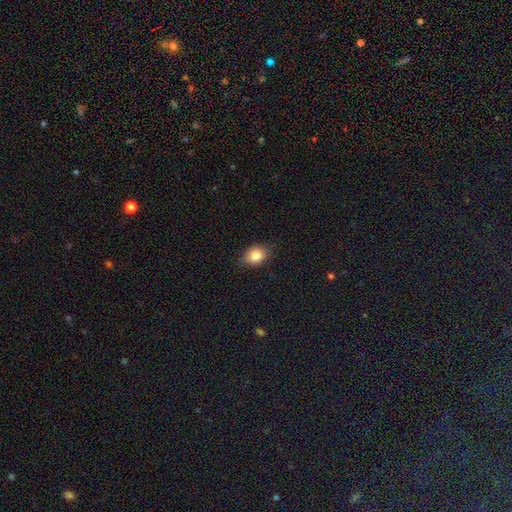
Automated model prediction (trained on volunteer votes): smooth_or_featured: smooth (p=0.83) [alt: featured or disk p=0.09]
how_rounded: in between (p=0.70) [alt: round p=0.28]
merging: none (p=0.79) [alt: minor disturbance p=0.17]